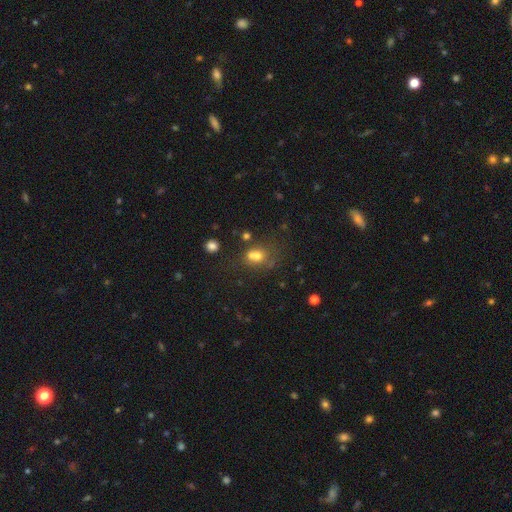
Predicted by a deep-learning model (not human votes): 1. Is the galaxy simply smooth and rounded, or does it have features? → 64% smooth, 18% featured or disk, 18% star or artifact.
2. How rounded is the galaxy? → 55% round, 44% in between, 2% cigar-shaped.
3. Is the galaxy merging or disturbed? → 49% merger, 33% none, 11% minor disturbance, 7% major disturbance.